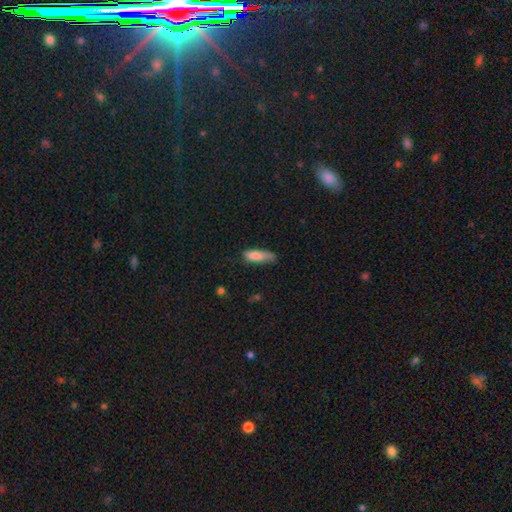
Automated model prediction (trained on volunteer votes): smooth 80%, featured or disk 13%, star or artifact 8%. Down the decision tree: how rounded — in between (50%); merging — none (41%).